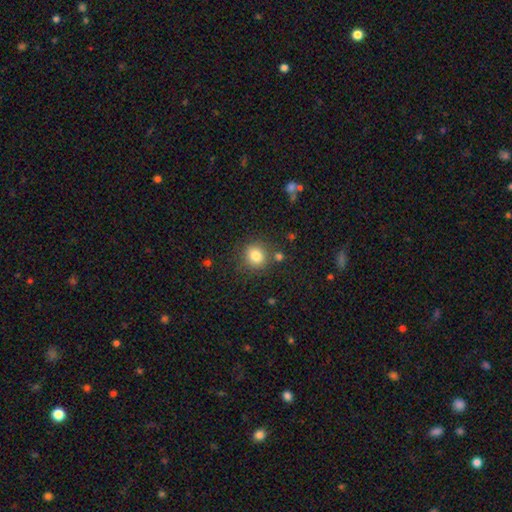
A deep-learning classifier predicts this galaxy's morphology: A smooth galaxy with no disk features (81%) that is round (84%). Merging: none (81%).